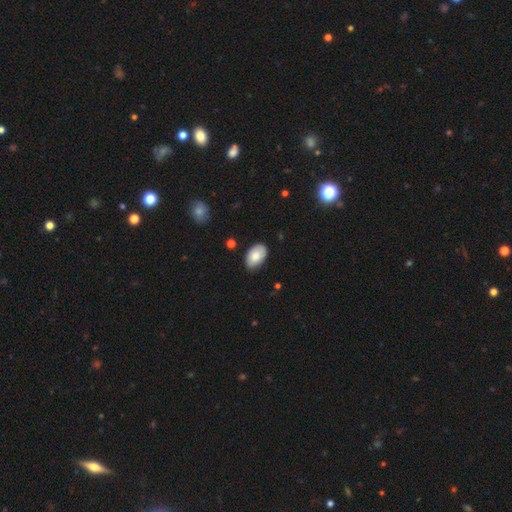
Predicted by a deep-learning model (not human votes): This appears to be a smooth galaxy with no disk features (81%) that is in between round and cigar-shaped (93%). Merging: none (77%).